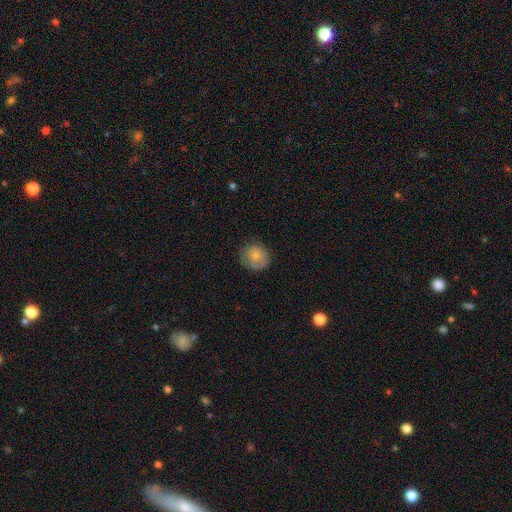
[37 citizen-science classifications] Smooth or featured: smooth — 81% (featured or disk — 16%)
How rounded: round — 80% (in between — 20%)
Merging: none — 86% (minor disturbance — 14%)